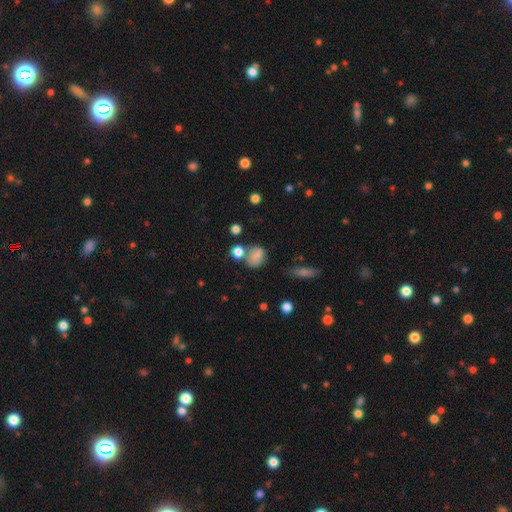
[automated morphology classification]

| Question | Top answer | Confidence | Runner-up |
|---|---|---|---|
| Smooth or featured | smooth | 74% | featured or disk (14%) |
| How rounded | round | 55% | in between (43%) |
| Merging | none | 49% | merger (22%) |